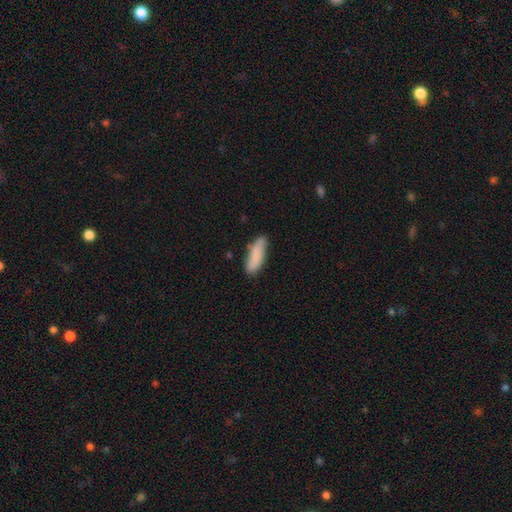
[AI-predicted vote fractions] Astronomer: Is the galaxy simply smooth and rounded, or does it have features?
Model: smooth — 80%.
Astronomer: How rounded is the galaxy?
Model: cigar-shaped — 50% (runner-up: in between, 48%).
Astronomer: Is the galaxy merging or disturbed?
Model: none — 72%.